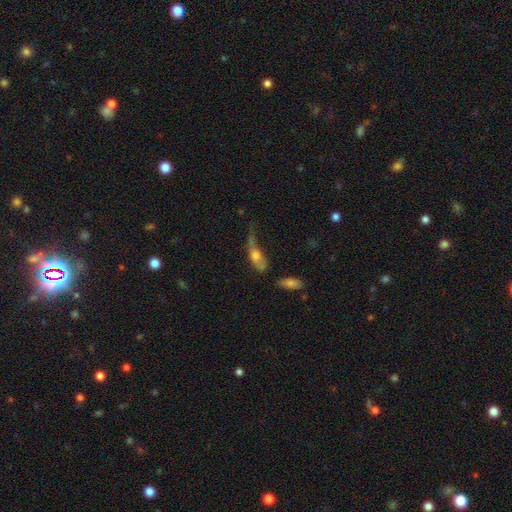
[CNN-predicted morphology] smooth-or-featured: smooth: 58% | featured or disk: 32% | star or artifact: 10%
  how-rounded: in between: 67% | cigar-shaped: 24% | round: 9%
  merging: major disturbance: 42% | none: 21% | minor disturbance: 21% | merger: 16%